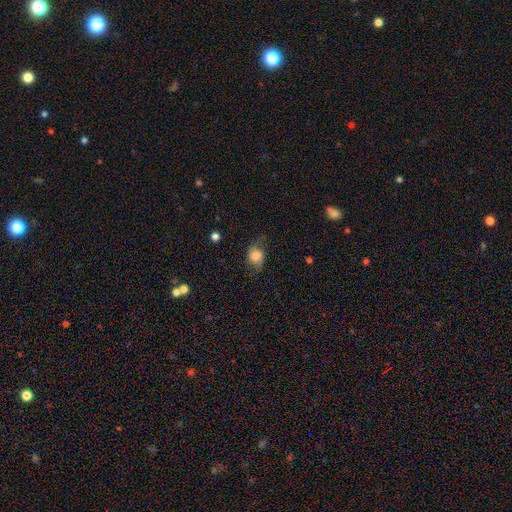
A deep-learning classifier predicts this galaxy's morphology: Smooth or featured? smooth (66%)
How rounded? round (57%)
Merging? none (60%)